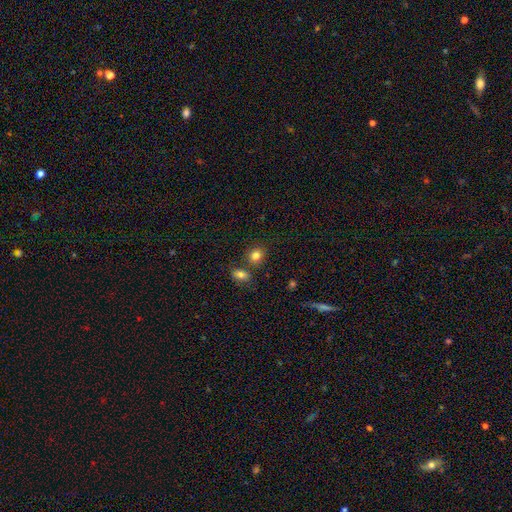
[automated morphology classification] Smooth or featured? Predicted: smooth (p=0.82). How rounded? Predicted: round (p=0.69). Merging? Predicted: none (p=0.72).